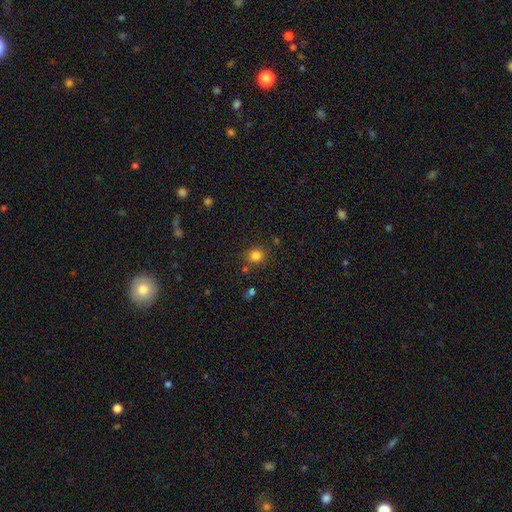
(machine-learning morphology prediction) This appears to be a smooth galaxy with no disk features (82%) that is round (84%). Merging: none (80%).